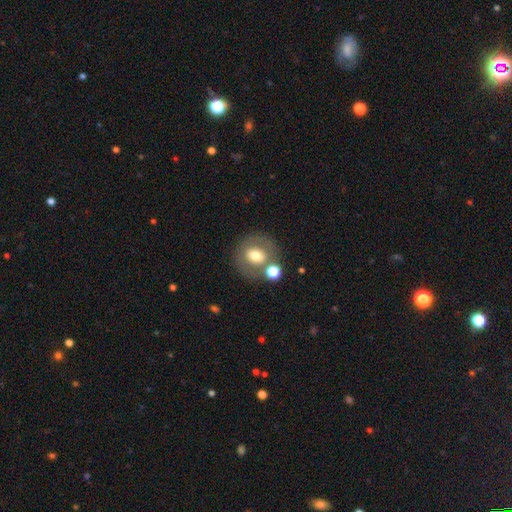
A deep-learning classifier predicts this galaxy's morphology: Smooth or featured?
  - smooth: 60% *
  - featured or disk: 30%
  - star or artifact: 10%
How rounded?
  - round: 77% *
  - in between: 22%
  - cigar-shaped: 1%
Merging?
  - none: 66% *
  - merger: 17%
  - minor disturbance: 12%
  - major disturbance: 6%